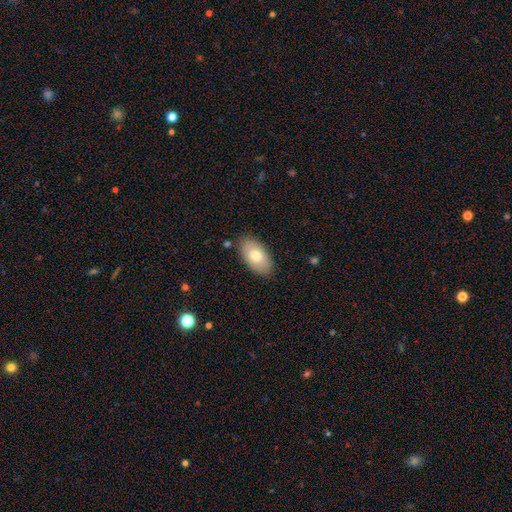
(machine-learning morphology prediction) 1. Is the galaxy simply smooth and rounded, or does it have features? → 74% smooth, 20% featured or disk, 6% star or artifact.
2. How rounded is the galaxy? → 95% in between, 3% round, 2% cigar-shaped.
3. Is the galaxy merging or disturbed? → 84% none, 12% minor disturbance, 3% major disturbance, 2% merger.